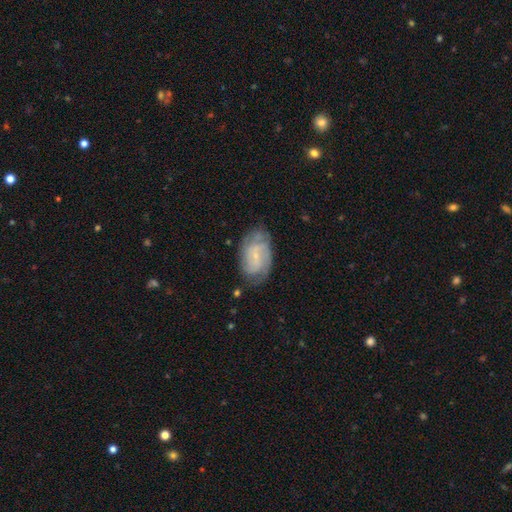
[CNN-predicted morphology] type=featured or disk (72%); edge-on=no (97%); bar=no (48%); spiral arms=yes (91%); winding=tight (46%); arm count=2 (41%); bulge=small (75%); merging=none (69%).